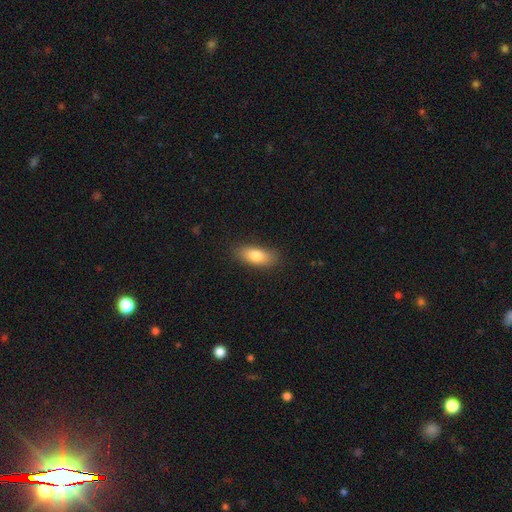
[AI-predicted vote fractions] The model was most divided on "how rounded": in between: 78%, cigar-shaped: 19%, round: 4%. More confident: merging — none (84%); smooth or featured — smooth (80%).